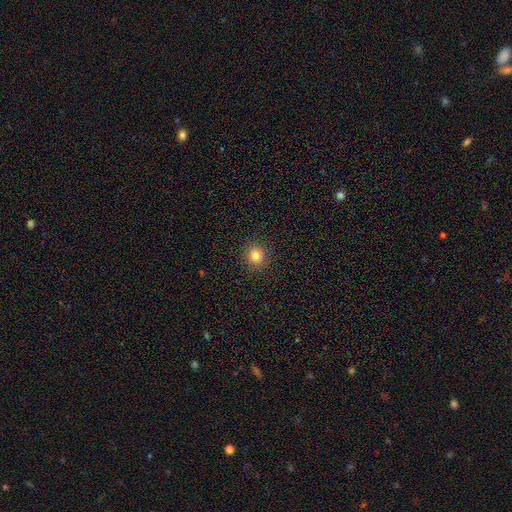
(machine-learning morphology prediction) Smooth or featured? Predicted: smooth (p=0.81). How rounded? Predicted: round (p=0.90). Merging? Predicted: none (p=0.92).